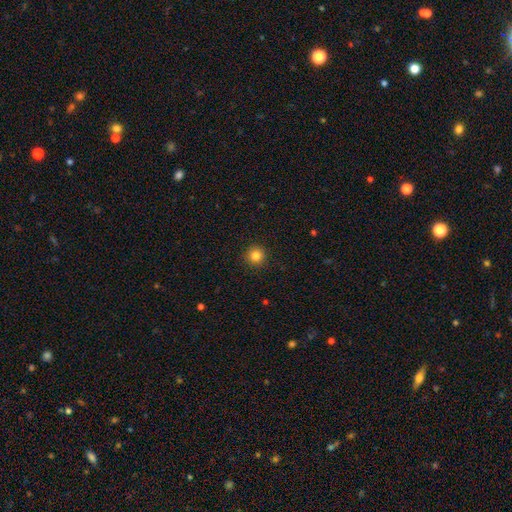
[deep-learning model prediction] A smooth galaxy with no disk features (84%) that is round (95%).

Vote fractions:
- Smooth or featured? smooth: 84% / star or artifact: 12% / featured or disk: 5%
- How rounded? round: 95% / in between: 4% / cigar-shaped: 1%
- Merging? none: 92% / minor disturbance: 5% / major disturbance: 2% / merger: 1%